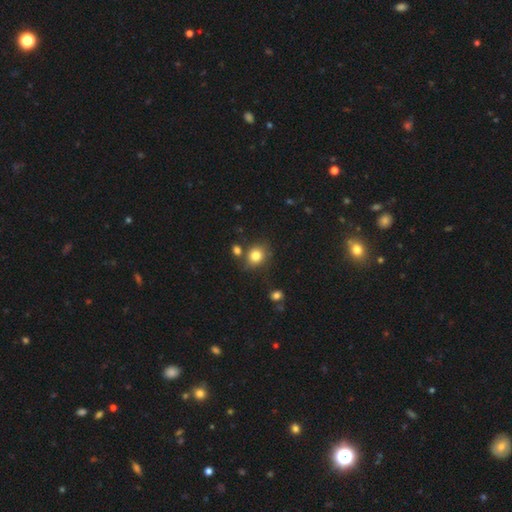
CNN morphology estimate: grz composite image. It shows a smooth galaxy with no disk features (81%) that is round (70%). Merging: none (70%).